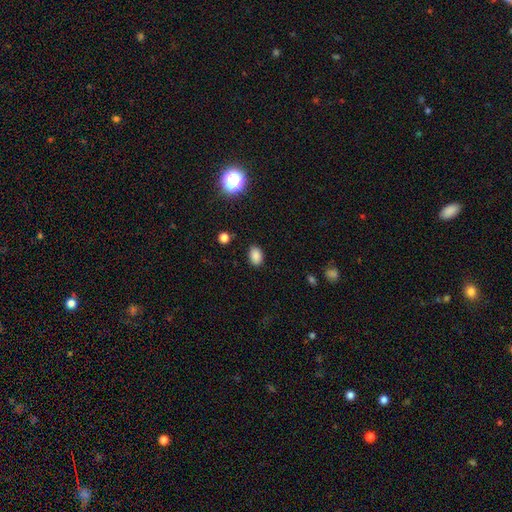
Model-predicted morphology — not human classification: This is clearly a smooth galaxy (84%). How rounded: clearly in between (81%). Merging: clearly none (85%).